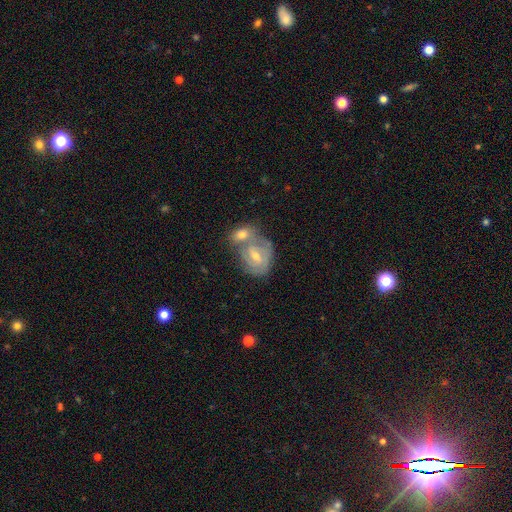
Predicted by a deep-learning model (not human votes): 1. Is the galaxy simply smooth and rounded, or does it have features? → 61% featured or disk, 30% smooth, 9% star or artifact.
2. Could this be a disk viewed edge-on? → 95% no, 5% yes.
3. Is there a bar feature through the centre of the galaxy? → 45% weak, 41% no, 14% strong.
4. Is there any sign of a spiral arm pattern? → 68% yes, 32% no.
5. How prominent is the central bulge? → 53% moderate, 42% small, 2% large, 2% none, 1% dominant.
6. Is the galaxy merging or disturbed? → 55% merger, 30% none, 10% minor disturbance, 5% major disturbance.